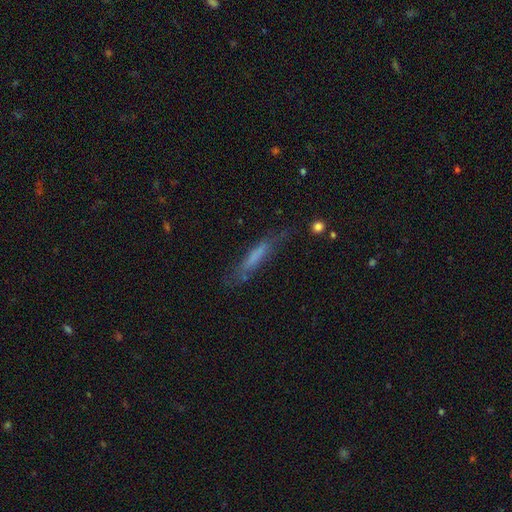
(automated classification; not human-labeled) A smooth galaxy with no disk features (53%) that is cigar-shaped (88%). Merging: none (63%).